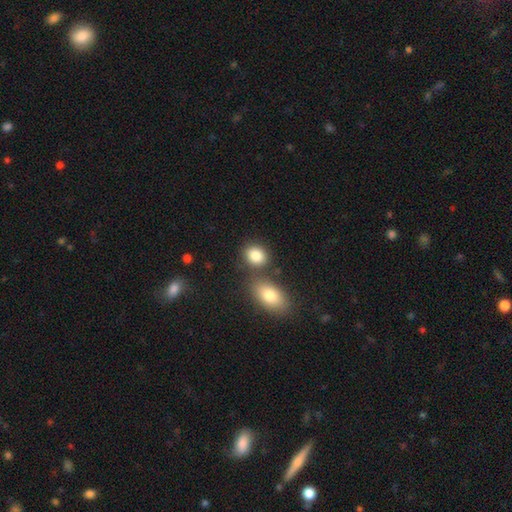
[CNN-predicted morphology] Smooth or featured? Predicted: smooth (p=0.84). How rounded? Predicted: in between (p=0.51). Merging? Predicted: none (p=0.65).